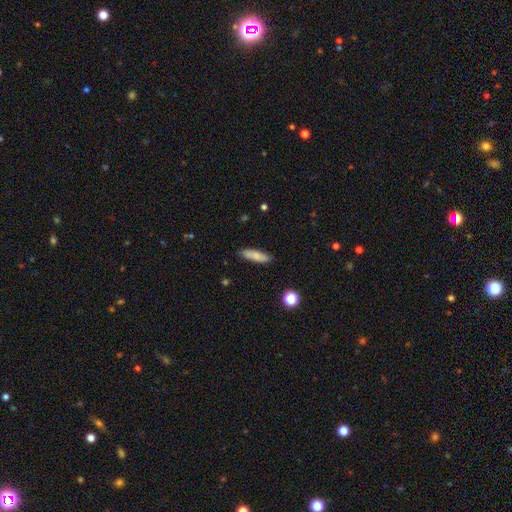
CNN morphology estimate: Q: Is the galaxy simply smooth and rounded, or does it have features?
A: smooth — 80%.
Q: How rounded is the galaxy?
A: cigar-shaped — 59%.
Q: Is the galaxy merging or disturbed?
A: none — 86%.